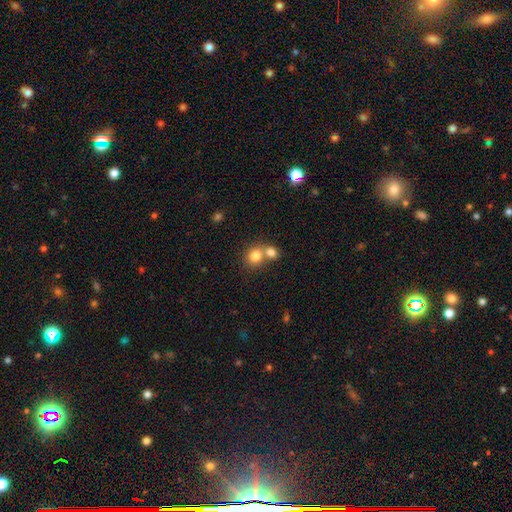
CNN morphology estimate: Overall: smooth (80%). How rounded: round (74%). Merging: merger (51%; none 40%).